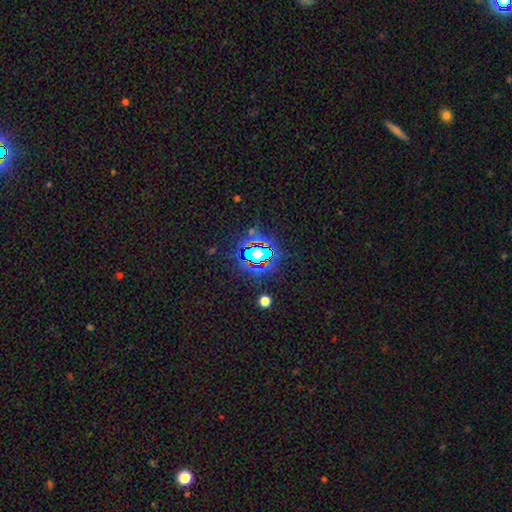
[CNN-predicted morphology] Q: Smooth or featured?
A: star or artifact (65%); runner-up: smooth (22%)